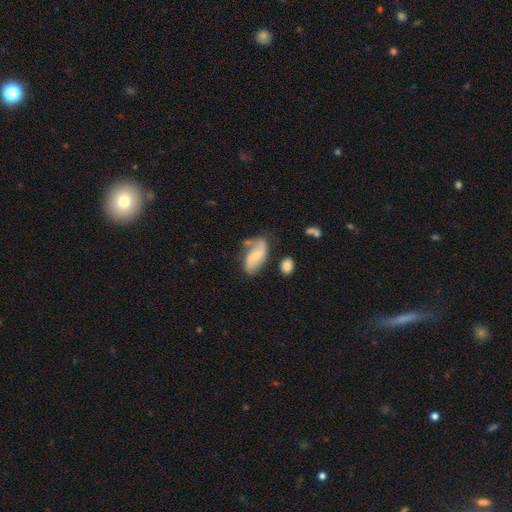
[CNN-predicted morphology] smooth-or-featured: featured or disk: 61% | smooth: 32% | star or artifact: 7%
  disk-edge-on: no: 95% | yes: 5%
    bar: weak: 44% | no: 34% | strong: 23%
    has-spiral-arms: yes: 87% | no: 13%
      spiral-winding: loose: 57% | medium: 31% | tight: 13%
      spiral-arm-count: 2: 86% | can't tell: 7% | 1: 4% | 3: 1% | 4: 1% | more than 4: 1%
    bulge-size: small: 57% | moderate: 32% | none: 8% | large: 2% | dominant: 1%
  merging: none: 60% | minor disturbance: 24% | major disturbance: 9% | merger: 8%